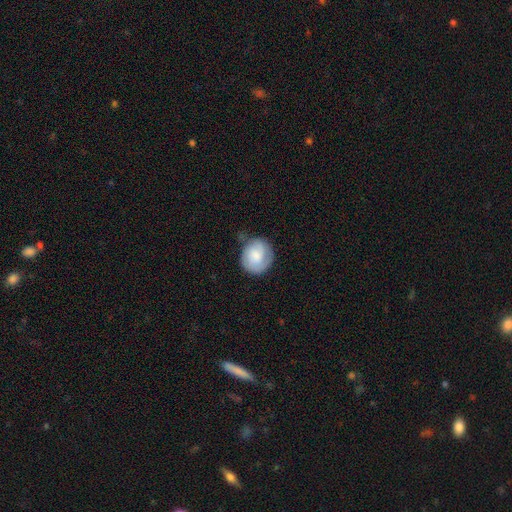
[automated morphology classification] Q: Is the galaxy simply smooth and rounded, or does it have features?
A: smooth — 60%.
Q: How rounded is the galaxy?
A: round — 77%.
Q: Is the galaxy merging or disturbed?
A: none — 56%.